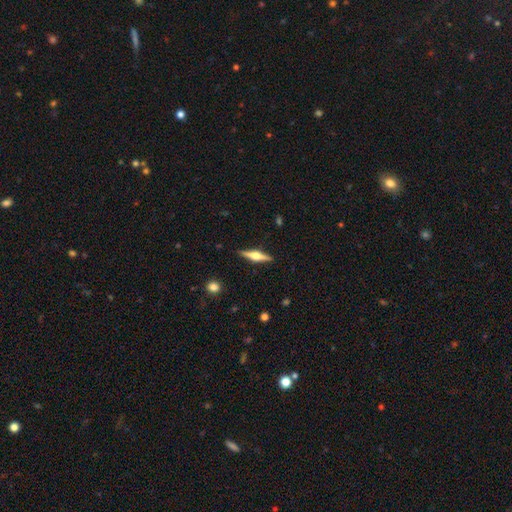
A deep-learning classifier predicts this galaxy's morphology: type=featured or disk (71%); edge-on=yes (98%); edge-on bulge=rounded (93%); merging=none (90%).